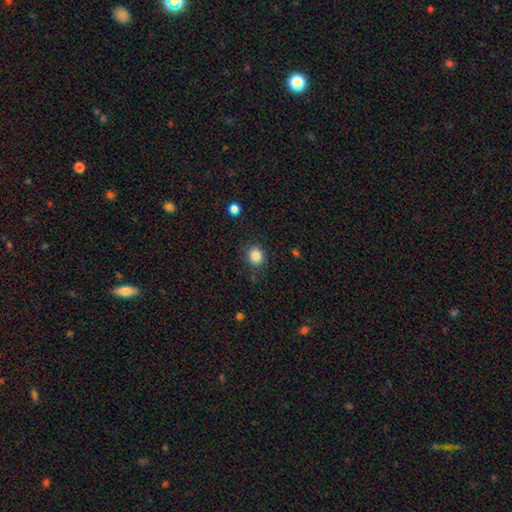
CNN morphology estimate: smooth_or_featured: smooth (p=0.86) [alt: star or artifact p=0.10]
how_rounded: round (p=0.81) [alt: in between p=0.18]
merging: none (p=0.84) [alt: minor disturbance p=0.11]